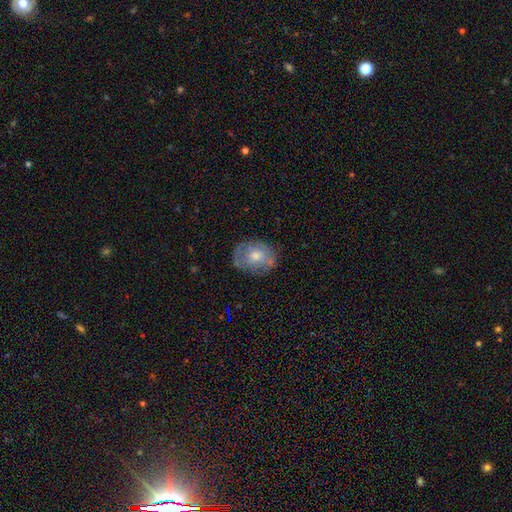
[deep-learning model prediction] Morphology: type=featured or disk (50%); edge-on=no (95%); merging=none (74%).